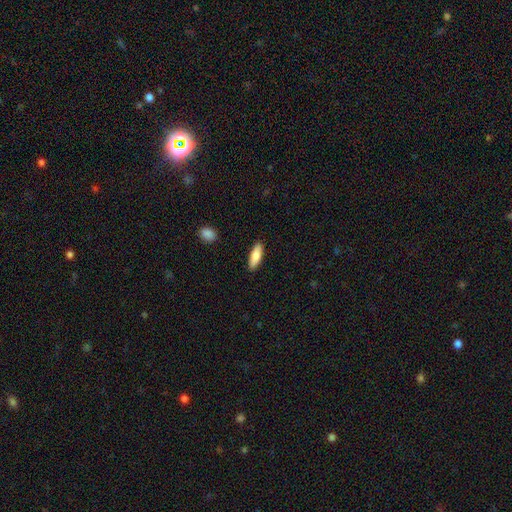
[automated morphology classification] type=smooth (81%); roundness=in between (59%); merging=none (88%).